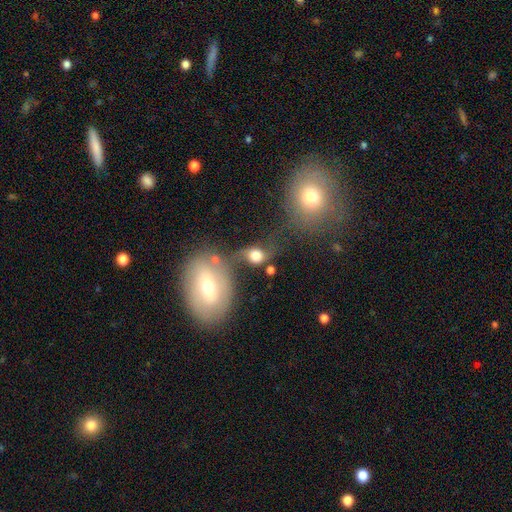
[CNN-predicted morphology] This is possibly a smooth galaxy (53%). How rounded: possibly in between (50%). Merging: marginally none (36%).